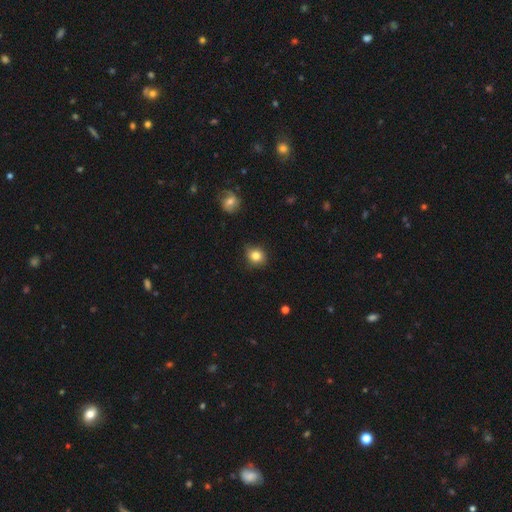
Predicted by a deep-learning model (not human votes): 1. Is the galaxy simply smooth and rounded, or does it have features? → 82% smooth, 11% star or artifact, 7% featured or disk.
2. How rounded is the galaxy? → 80% round, 19% in between, 1% cigar-shaped.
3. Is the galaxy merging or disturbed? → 75% none, 20% minor disturbance, 3% major disturbance, 2% merger.